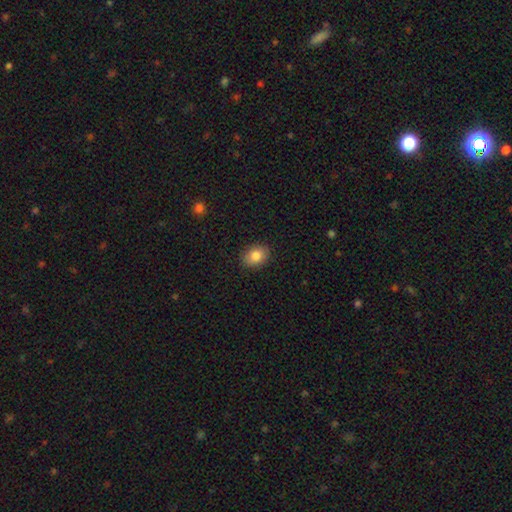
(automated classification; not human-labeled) Smooth or featured: smooth — 84% (star or artifact — 9%)
How rounded: in between — 63% (round — 36%)
Merging: none — 89% (minor disturbance — 8%)